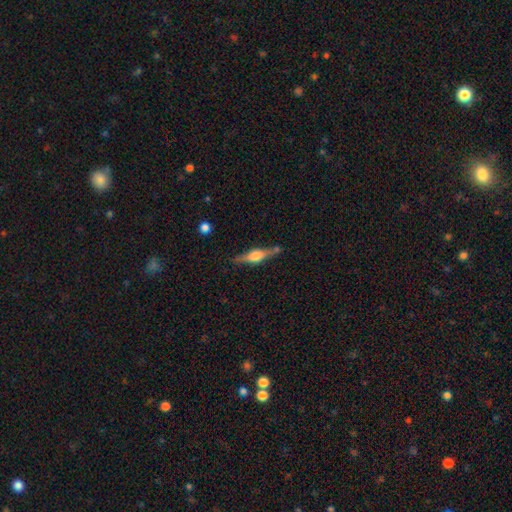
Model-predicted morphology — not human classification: smooth_or_featured: featured or disk (p=0.73) [alt: smooth p=0.21]
disk_edge_on: yes (p=0.97) [alt: no p=0.03]
edge_on_bulge: rounded (p=0.86) [alt: boxy p=0.12]
merging: none (p=0.78) [alt: minor disturbance p=0.13]